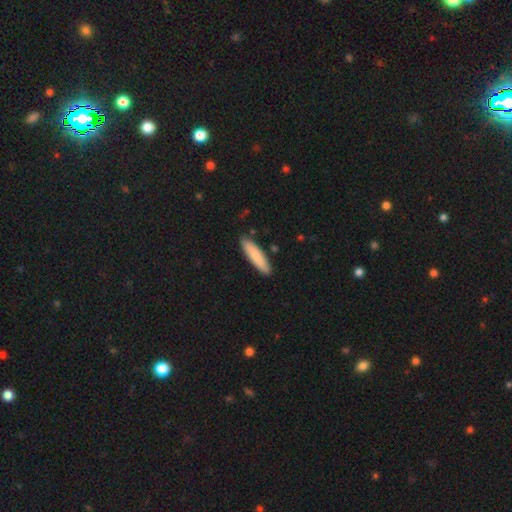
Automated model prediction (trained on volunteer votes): Smooth or featured: smooth — 84% (featured or disk — 11%)
How rounded: cigar-shaped — 79% (in between — 20%)
Merging: none — 88% (minor disturbance — 9%)